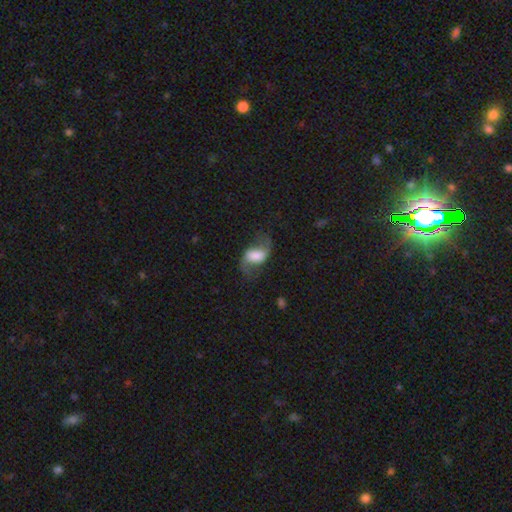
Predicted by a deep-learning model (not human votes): This appears to be a featured or disk galaxy (60%) with a weak bar (39%), spiral arms (85%) and a large central bulge (38%). Merging: none (61%).